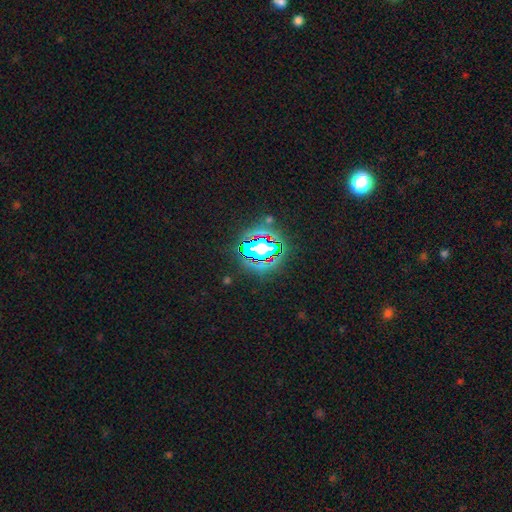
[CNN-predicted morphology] The model was most divided on "smooth or featured": star or artifact: 78%, smooth: 12%, featured or disk: 10%.